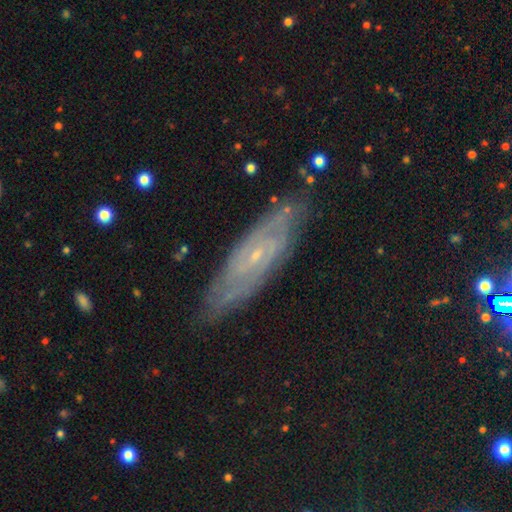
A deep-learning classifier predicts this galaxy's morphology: A featured or disk galaxy (74%) with no bar (61%), spiral arms (87%) and a small central bulge (84%).

Vote fractions:
- Smooth or featured? featured or disk: 74% / smooth: 15% / star or artifact: 11%
- Edge-on disk? no: 78% / yes: 22%
- Bar? no: 61% / weak: 32% / strong: 8%
- Spiral arms? yes: 87% / no: 13%
- Bulge size? small: 84% / moderate: 11% / none: 2% / large: 1% / dominant: 1%
- Merging? none: 81% / minor disturbance: 15% / major disturbance: 3% / merger: 1%